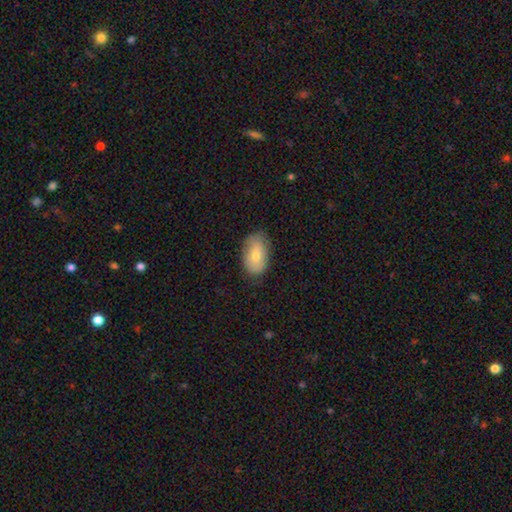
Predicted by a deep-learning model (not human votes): Smooth or featured?
  - smooth: 69% *
  - featured or disk: 24%
  - star or artifact: 7%
How rounded?
  - in between: 91% *
  - round: 7%
  - cigar-shaped: 2%
Merging?
  - none: 75% *
  - minor disturbance: 20%
  - major disturbance: 4%
  - merger: 1%